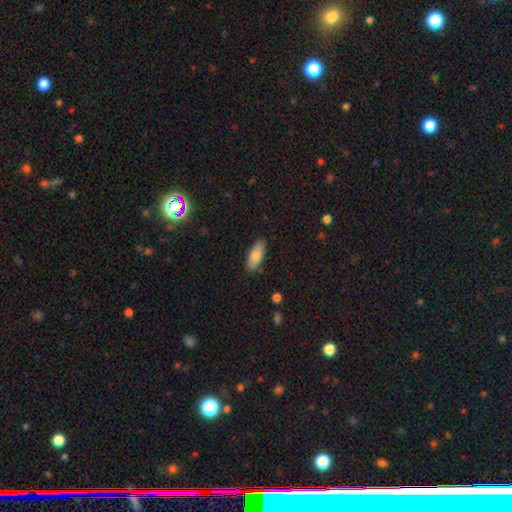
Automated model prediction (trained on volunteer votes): This is clearly a smooth galaxy (80%). How rounded: likely in between (78%). Merging: clearly none (86%).